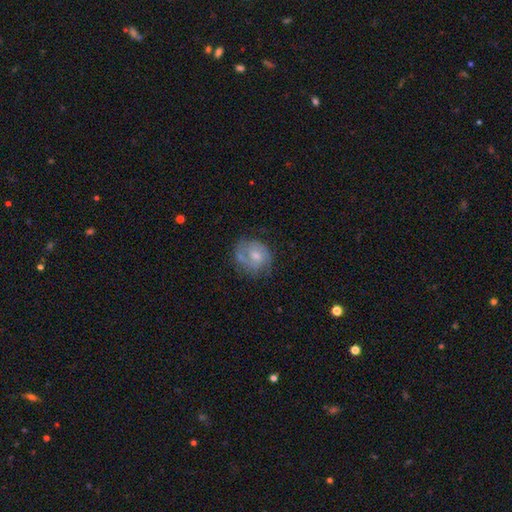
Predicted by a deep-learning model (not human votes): featured or disk 57%, smooth 36%, star or artifact 7%. Down the decision tree: edge-on disk — no (97%); bar — no (51%); spiral arms — yes (73%); bulge size — moderate (47%); merging — none (54%).